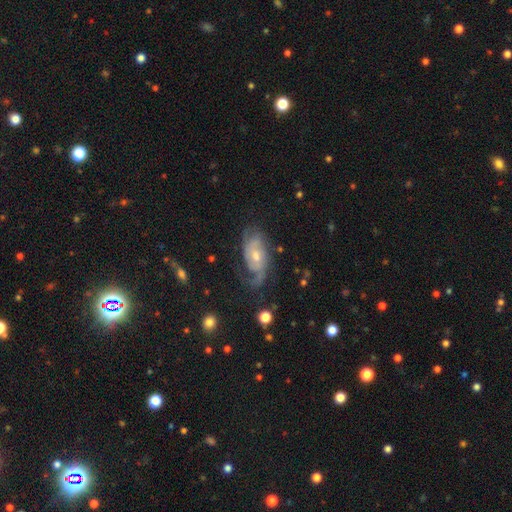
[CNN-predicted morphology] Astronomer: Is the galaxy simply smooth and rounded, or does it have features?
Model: featured or disk — 81%.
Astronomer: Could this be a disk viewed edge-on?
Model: no — 95%.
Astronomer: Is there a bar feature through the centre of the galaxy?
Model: no — 64%.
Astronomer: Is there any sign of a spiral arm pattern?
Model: yes — 94%.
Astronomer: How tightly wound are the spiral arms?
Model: tight — 44% (runner-up: medium, 40%).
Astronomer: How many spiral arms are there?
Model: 2 — 42% (runner-up: can't tell, 25%).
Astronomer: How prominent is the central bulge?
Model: moderate — 54% (runner-up: small, 39%).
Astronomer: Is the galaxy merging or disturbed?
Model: none — 59%.